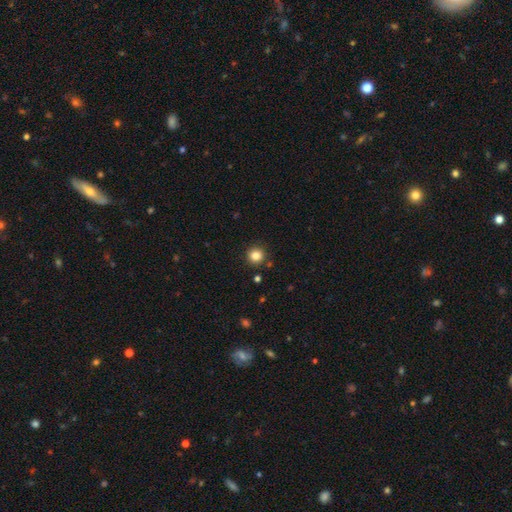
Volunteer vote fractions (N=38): A smooth galaxy with no disk features (92%) that is round (89%).

Vote fractions:
- Smooth or featured? smooth: 92% / star or artifact: 5% / featured or disk: 3%
- How rounded? round: 89% / in between: 11% / cigar-shaped: 0%
- Merging? none: 86% / minor disturbance: 8% / merger: 6% / major disturbance: 0%